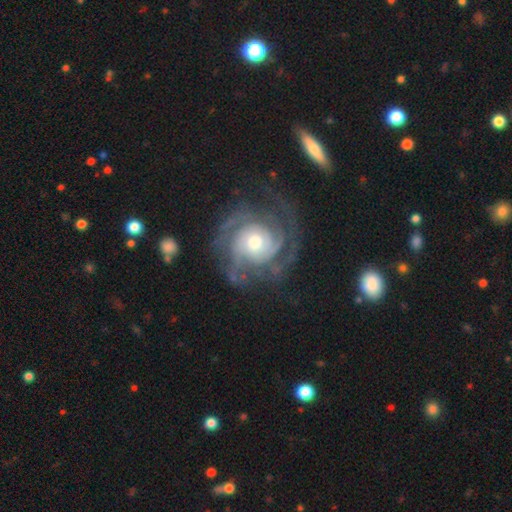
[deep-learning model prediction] This is clearly a featured or disk galaxy (90%). It is clearly not viewed edge-on (98%). Bar: likely no (74%). Spiral arm pattern: clearly yes (97%). Spiral arm count: marginally 3 (33%). Spiral winding: likely tight (66%). Central bulge: likely moderate (66%). Merging: likely none (72%).